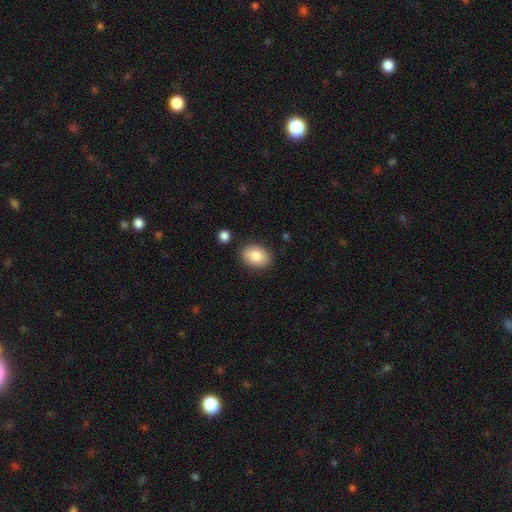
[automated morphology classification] Smooth or featured? smooth (85%)
How rounded? in between (78%)
Merging? none (85%)